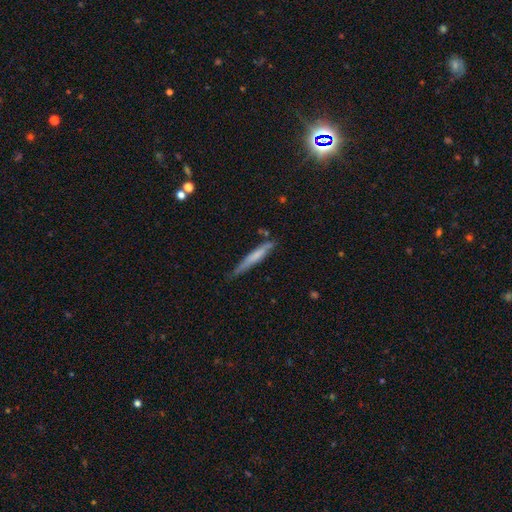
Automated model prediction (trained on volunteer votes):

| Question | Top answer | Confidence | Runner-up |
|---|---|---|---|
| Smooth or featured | smooth | 59% | featured or disk (35%) |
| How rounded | cigar-shaped | 94% | in between (4%) |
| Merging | none | 70% | minor disturbance (22%) |